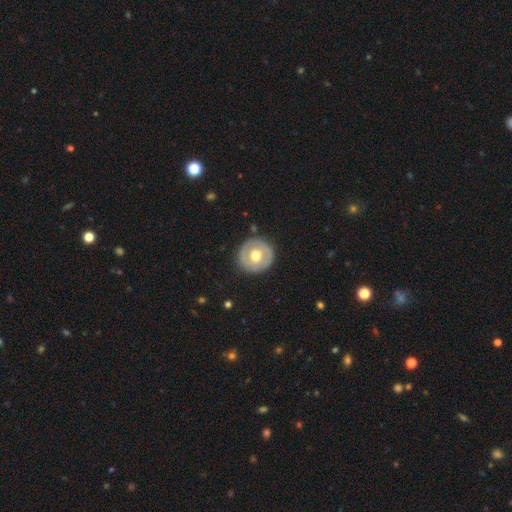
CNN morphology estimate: Overall: featured or disk (50%; smooth 45%). Merging: none (87%).